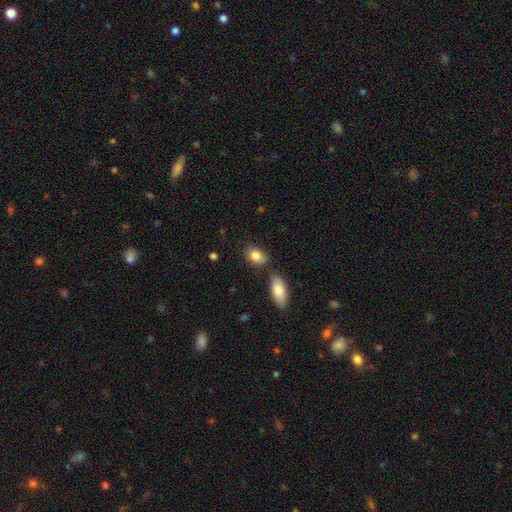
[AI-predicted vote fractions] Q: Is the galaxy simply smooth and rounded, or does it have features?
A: smooth — 84%.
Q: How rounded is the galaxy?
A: in between — 81%.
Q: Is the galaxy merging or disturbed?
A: none — 62%.